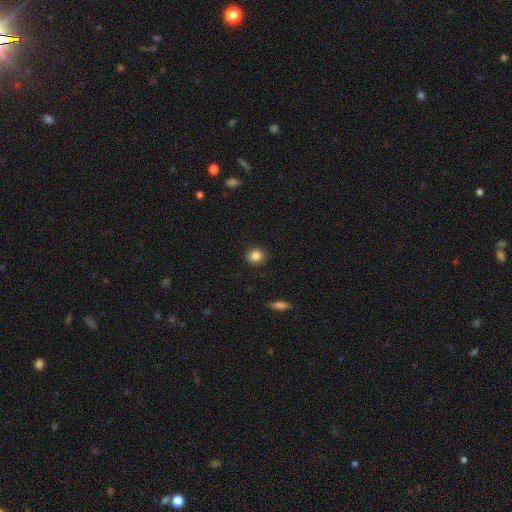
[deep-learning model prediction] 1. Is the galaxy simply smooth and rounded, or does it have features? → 85% smooth, 10% star or artifact, 6% featured or disk.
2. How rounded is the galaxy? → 82% round, 17% in between, 1% cigar-shaped.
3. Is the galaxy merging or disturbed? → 91% none, 6% minor disturbance, 2% major disturbance, 1% merger.